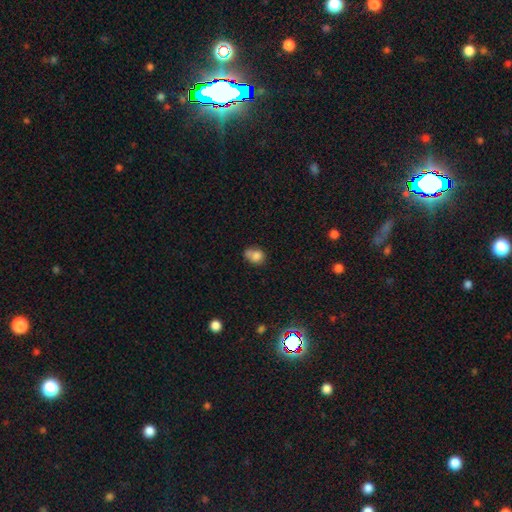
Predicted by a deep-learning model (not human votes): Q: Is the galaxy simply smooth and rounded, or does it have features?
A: smooth — 78%.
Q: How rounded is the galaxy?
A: round — 55%.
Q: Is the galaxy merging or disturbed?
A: none — 39%.